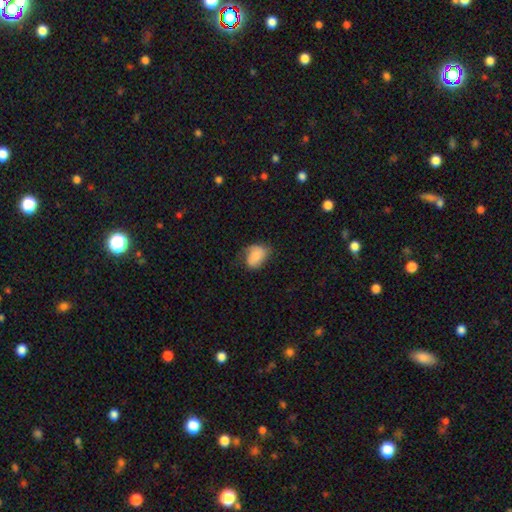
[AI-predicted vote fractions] Morphology: type=smooth (75%); roundness=in between (77%); merging=none (54%).